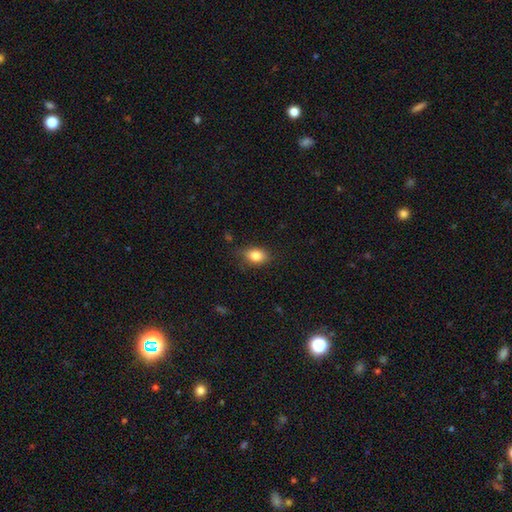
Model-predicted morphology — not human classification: Q: Smooth or featured?
A: smooth (83%); runner-up: star or artifact (9%)
Q: How rounded?
A: in between (77%); runner-up: round (21%)
Q: Merging?
A: none (79%); runner-up: minor disturbance (17%)